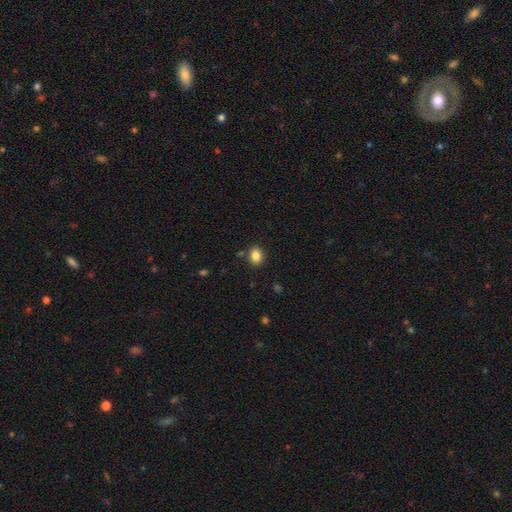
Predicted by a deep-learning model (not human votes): Morphology: type=smooth (85%); roundness=in between (51%); merging=none (86%).